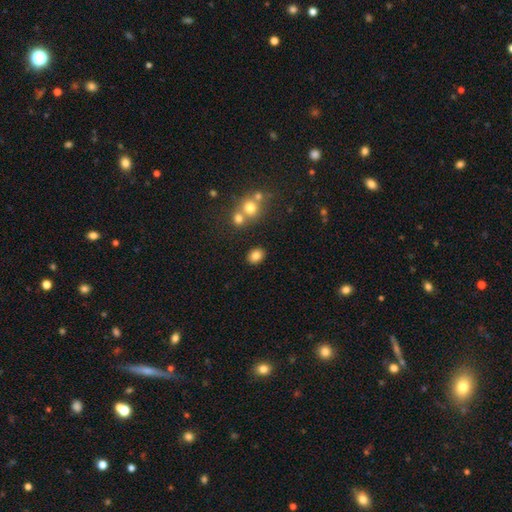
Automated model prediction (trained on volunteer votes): smooth 82%, star or artifact 11%, featured or disk 7%. Down the decision tree: how rounded — in between (59%); merging — none (83%).